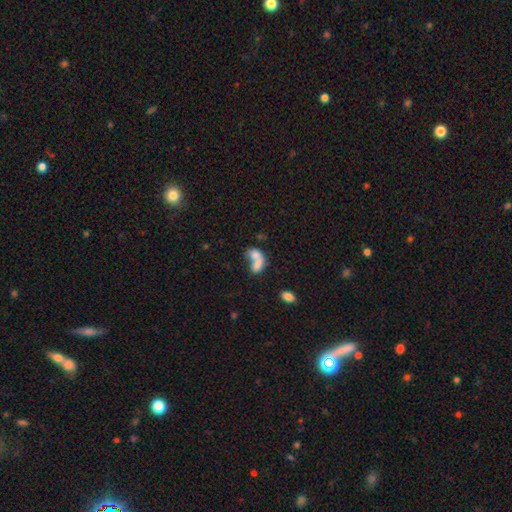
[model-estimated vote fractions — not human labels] This is likely a smooth galaxy (71%). How rounded: clearly in between (80%). Merging: likely merger (68%).